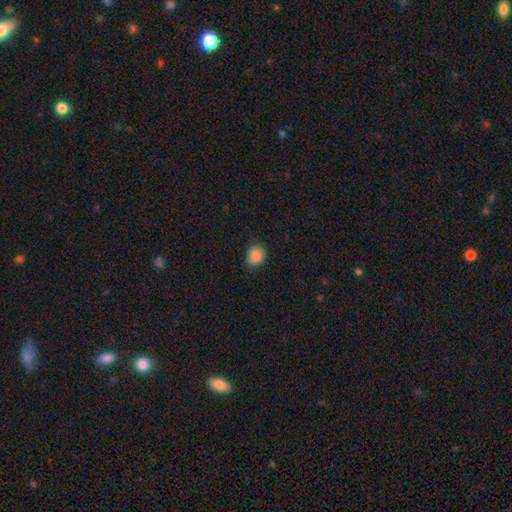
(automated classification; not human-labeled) Overall: smooth (87%). How rounded: round (59%; in between 40%). Merging: none (76%).